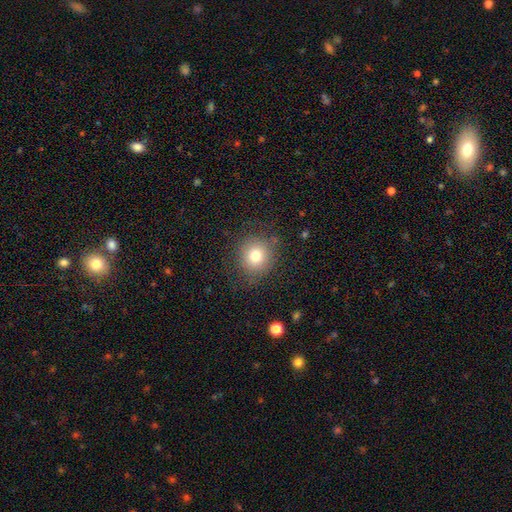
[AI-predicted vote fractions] smooth 76%, star or artifact 13%, featured or disk 11%. Down the decision tree: how rounded — round (89%); merging — none (82%).